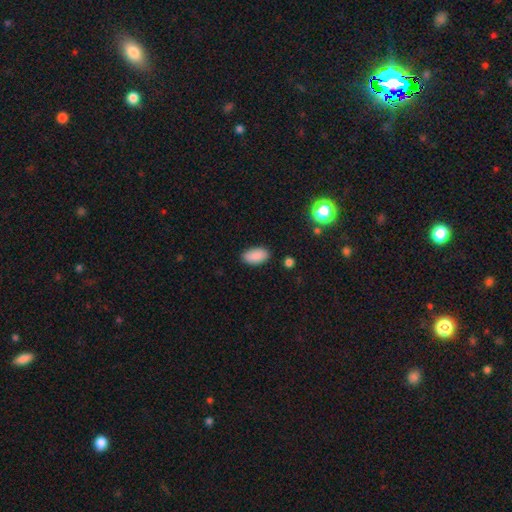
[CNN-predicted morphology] smooth_or_featured: smooth (p=0.89) [alt: star or artifact p=0.08]
how_rounded: in between (p=0.94) [alt: round p=0.04]
merging: none (p=0.85) [alt: minor disturbance p=0.11]